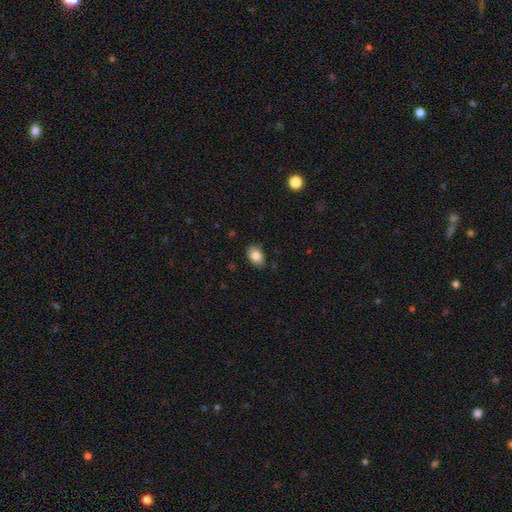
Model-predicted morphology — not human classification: Smooth or featured? Predicted: smooth (p=0.86). How rounded? Predicted: in between (p=0.87). Merging? Predicted: none (p=0.84).